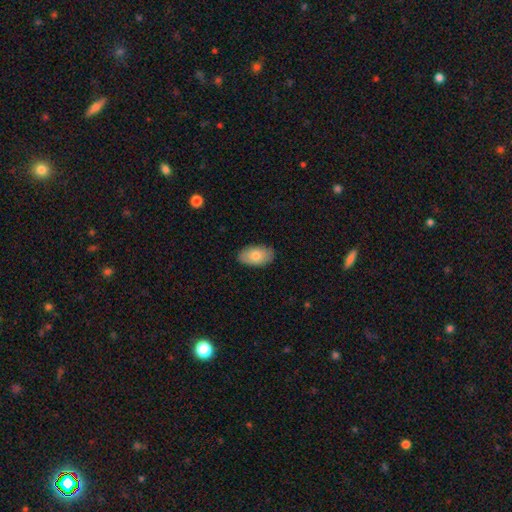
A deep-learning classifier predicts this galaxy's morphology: A smooth galaxy with no disk features (80%) that is in between round and cigar-shaped (94%). Merging: none (84%).